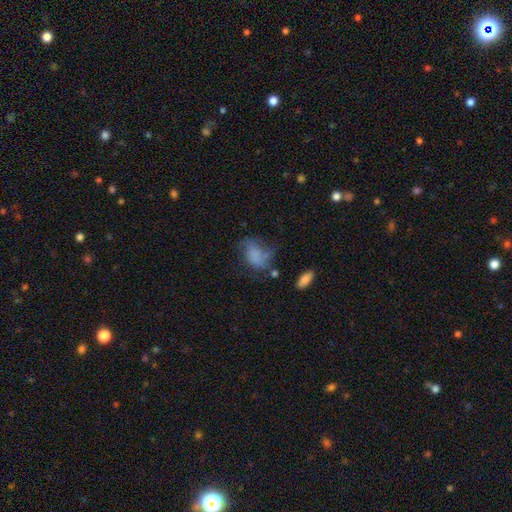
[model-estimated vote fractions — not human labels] Smooth or featured? Predicted: smooth (p=0.63). How rounded? Predicted: in between (p=0.80). Merging? Predicted: none (p=0.37).